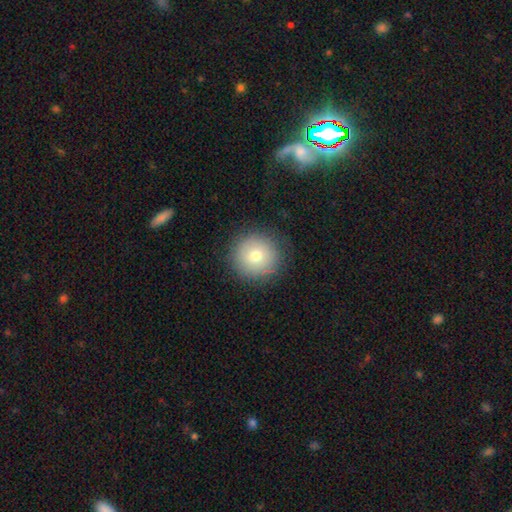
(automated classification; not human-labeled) Smooth or featured: smooth — 73% (featured or disk — 16%)
How rounded: round — 93% (in between — 6%)
Merging: none — 86% (minor disturbance — 10%)